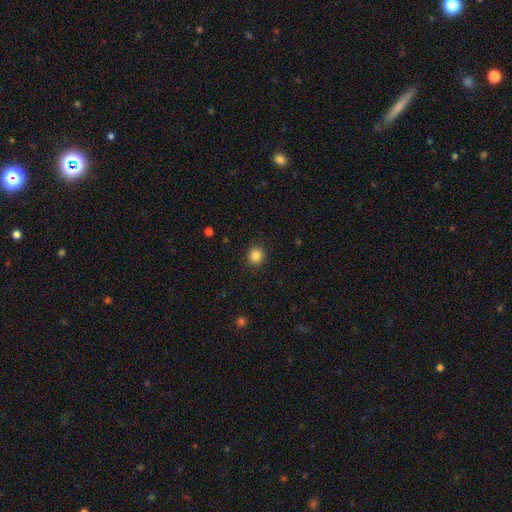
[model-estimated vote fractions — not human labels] A smooth galaxy with no disk features (86%) that is round (82%).

Vote fractions:
- Smooth or featured? smooth: 86% / star or artifact: 10% / featured or disk: 4%
- How rounded? round: 82% / in between: 17% / cigar-shaped: 1%
- Merging? none: 89% / minor disturbance: 7% / major disturbance: 2% / merger: 1%